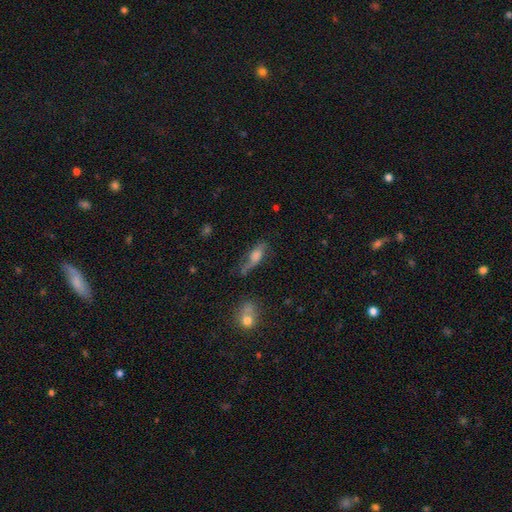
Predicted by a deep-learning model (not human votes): This appears to be a smooth galaxy with no disk features (54%) that is in between round and cigar-shaped (62%). Merging: none (45%).